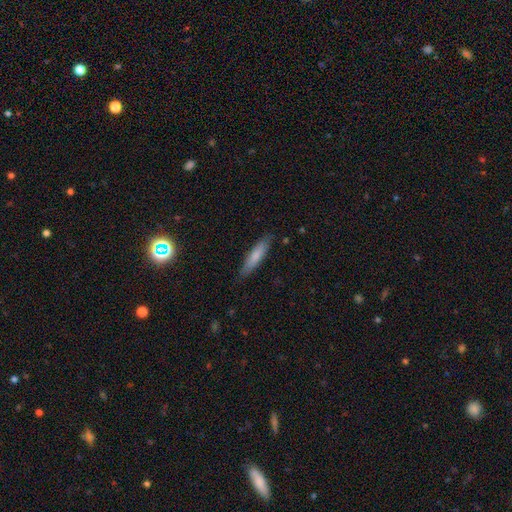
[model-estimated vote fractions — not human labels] This appears to be a smooth galaxy with no disk features (72%) that is cigar-shaped (80%). Merging: none (84%).